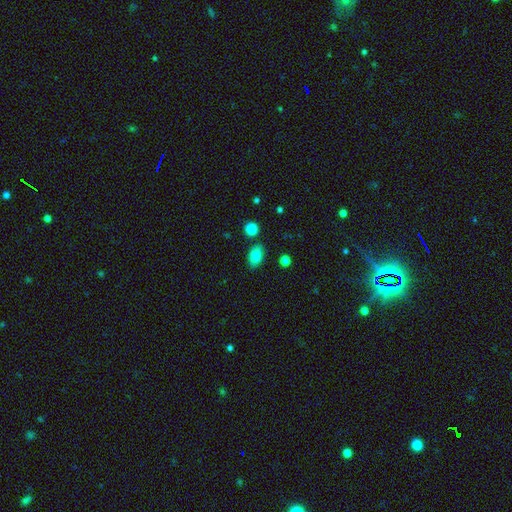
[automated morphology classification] smooth 81%, featured or disk 10%, star or artifact 9%. Down the decision tree: how rounded — in between (87%); merging — none (83%).